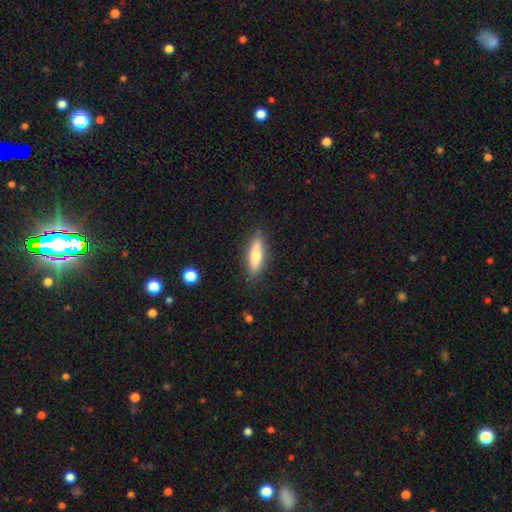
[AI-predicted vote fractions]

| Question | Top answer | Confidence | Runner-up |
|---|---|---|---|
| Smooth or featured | smooth | 65% | featured or disk (29%) |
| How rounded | cigar-shaped | 55% | in between (42%) |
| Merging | none | 84% | minor disturbance (11%) |